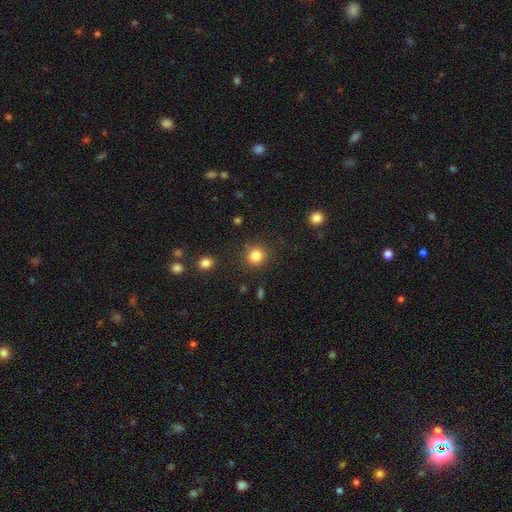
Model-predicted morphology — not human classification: The model was most divided on "smooth or featured": smooth: 84%, star or artifact: 11%, featured or disk: 5%. More confident: how rounded — round (91%); merging — none (88%).